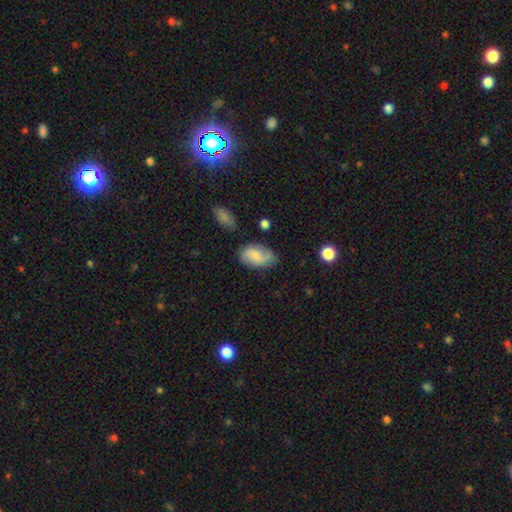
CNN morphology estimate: smooth_or_featured: smooth (p=0.60) [alt: featured or disk p=0.32]
how_rounded: in between (p=0.90) [alt: round p=0.08]
merging: none (p=0.64) [alt: minor disturbance p=0.25]